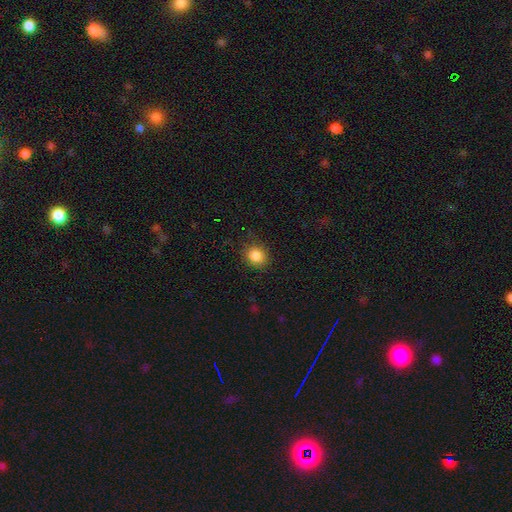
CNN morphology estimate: Smooth or featured? Predicted: smooth (p=0.86). How rounded? Predicted: round (p=0.72). Merging? Predicted: none (p=0.82).